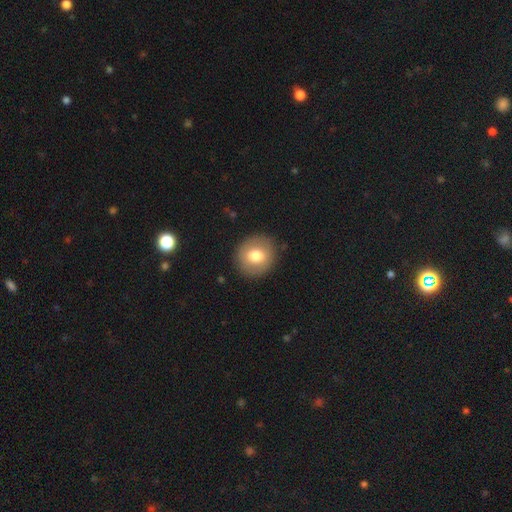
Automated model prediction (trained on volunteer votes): smooth_or_featured: smooth (p=0.75) [alt: featured or disk p=0.17]
how_rounded: round (p=0.86) [alt: in between p=0.13]
merging: none (p=0.89) [alt: minor disturbance p=0.07]